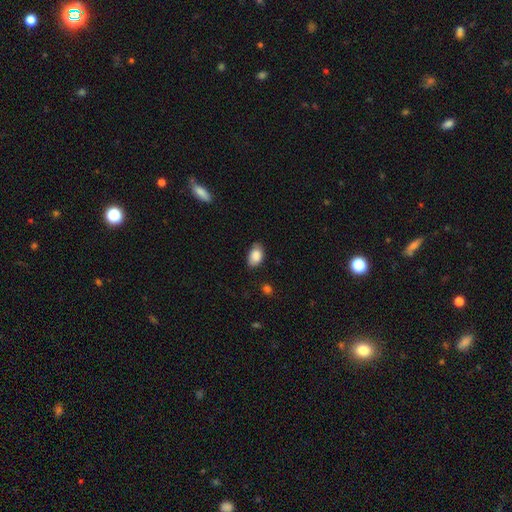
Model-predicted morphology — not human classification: smooth_or_featured: smooth (p=0.87) [alt: star or artifact p=0.07]
how_rounded: in between (p=0.90) [alt: round p=0.08]
merging: none (p=0.73) [alt: minor disturbance p=0.22]